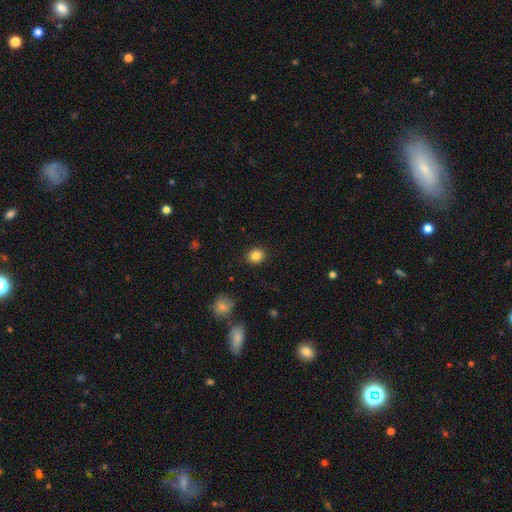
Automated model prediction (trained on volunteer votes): Smooth or featured?
  - smooth: 85% *
  - star or artifact: 10%
  - featured or disk: 5%
How rounded?
  - round: 68% *
  - in between: 31%
  - cigar-shaped: 1%
Merging?
  - none: 89% *
  - minor disturbance: 7%
  - major disturbance: 2%
  - merger: 1%